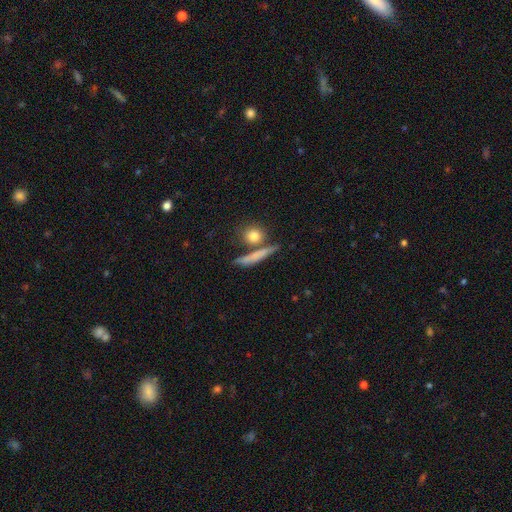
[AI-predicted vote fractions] This appears to be a smooth galaxy with no disk features (63%) that is cigar-shaped (71%). Merging: none (65%).